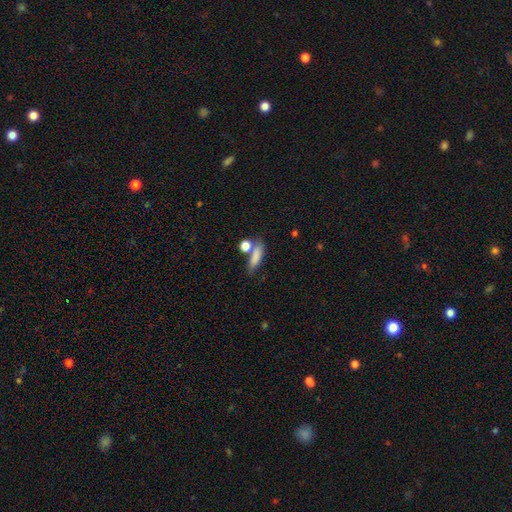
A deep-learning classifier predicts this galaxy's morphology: Smooth or featured: smooth — 81% (featured or disk — 11%)
How rounded: in between — 52% (cigar-shaped — 40%)
Merging: none — 57% (merger — 22%)